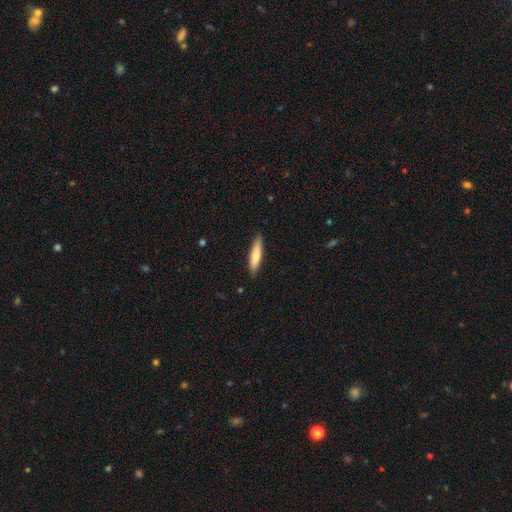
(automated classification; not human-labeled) Overall: smooth (75%). How rounded: cigar-shaped (81%). Merging: none (87%).